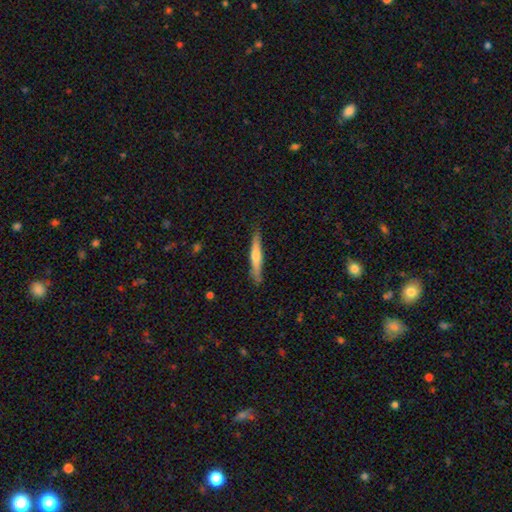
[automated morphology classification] This is possibly a featured or disk galaxy (50%). It is clearly viewed edge-on (95%). Merging: clearly none (86%).